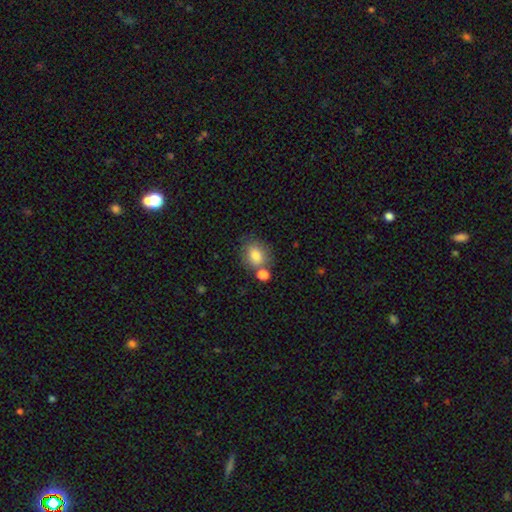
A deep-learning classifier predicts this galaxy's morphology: Smooth or featured? Predicted: smooth (p=0.81). How rounded? Predicted: round (p=0.54). Merging? Predicted: none (p=0.61).